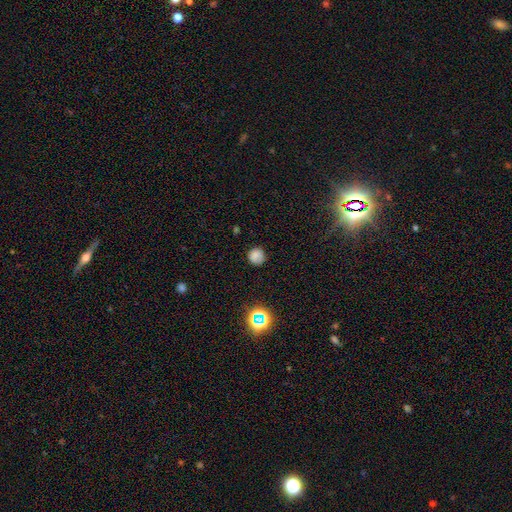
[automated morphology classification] Smooth or featured?
  - smooth: 77% *
  - star or artifact: 16%
  - featured or disk: 7%
How rounded?
  - round: 91% *
  - in between: 8%
  - cigar-shaped: 1%
Merging?
  - none: 81% *
  - minor disturbance: 13%
  - major disturbance: 4%
  - merger: 2%